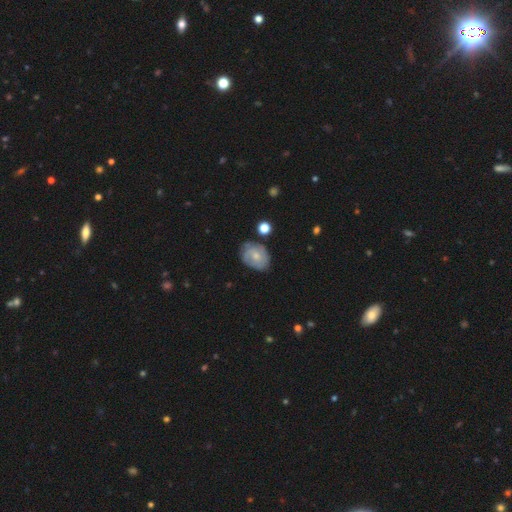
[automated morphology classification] This appears to be a featured or disk galaxy (46%, tied with smooth). Merging: none (64%).